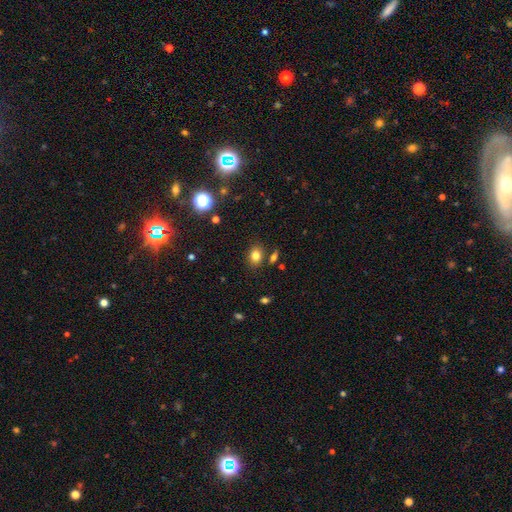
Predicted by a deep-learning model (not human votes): The model was most divided on "how rounded": in between: 61%, round: 37%, cigar-shaped: 1%. More confident: smooth or featured — smooth (79%); merging — none (79%).